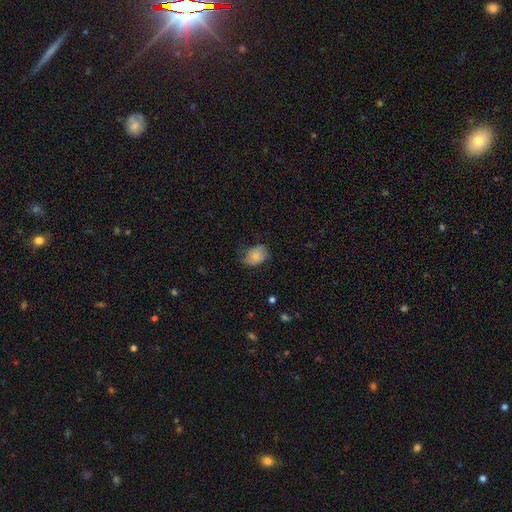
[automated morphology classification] Smooth or featured?
  - smooth: 79% *
  - featured or disk: 14%
  - star or artifact: 8%
How rounded?
  - in between: 75% *
  - round: 24%
  - cigar-shaped: 1%
Merging?
  - none: 60% *
  - minor disturbance: 31%
  - major disturbance: 8%
  - merger: 1%